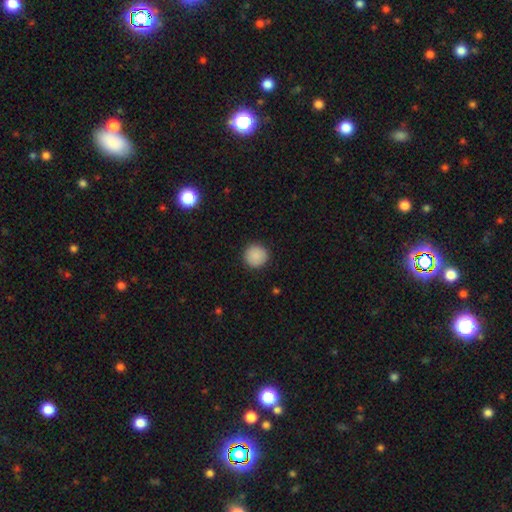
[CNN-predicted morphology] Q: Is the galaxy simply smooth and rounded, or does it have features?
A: smooth — 89%.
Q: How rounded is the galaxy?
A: round — 95%.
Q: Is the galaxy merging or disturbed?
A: none — 91%.